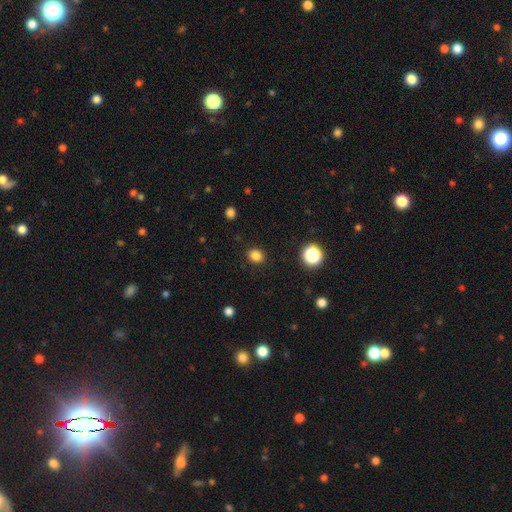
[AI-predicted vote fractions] Morphology: type=smooth (83%); roundness=round (65%); merging=none (90%).